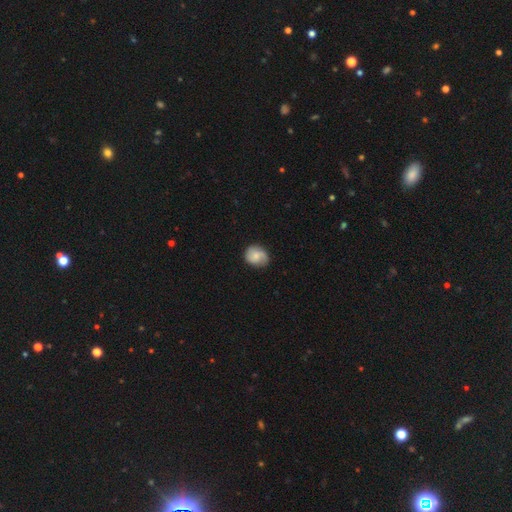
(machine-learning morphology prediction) Smooth or featured? smooth (58%)
How rounded? round (67%)
Merging? none (71%)